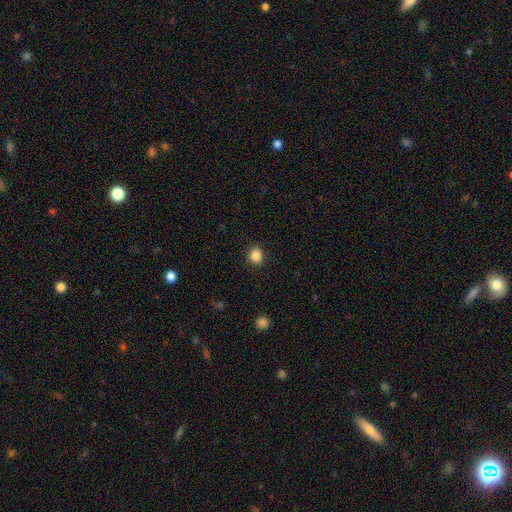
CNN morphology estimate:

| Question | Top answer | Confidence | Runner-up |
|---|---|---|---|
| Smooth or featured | smooth | 87% | star or artifact (10%) |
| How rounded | round | 61% | in between (39%) |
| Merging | none | 88% | minor disturbance (9%) |